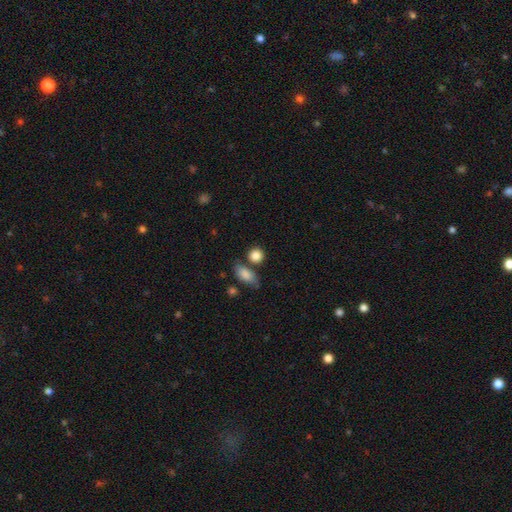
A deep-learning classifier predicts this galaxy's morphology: smooth 86%, star or artifact 8%, featured or disk 6%. Down the decision tree: how rounded — round (76%); merging — none (68%).